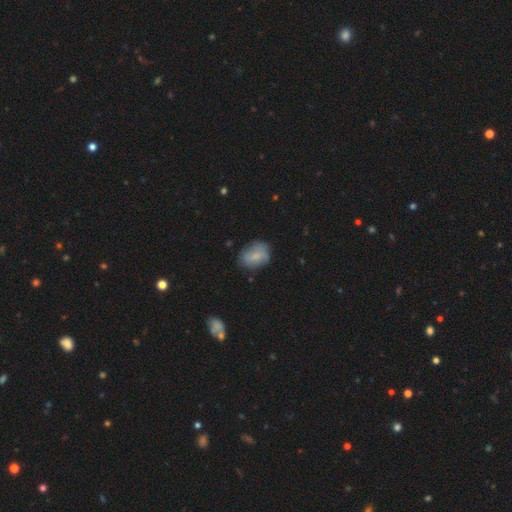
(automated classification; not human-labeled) Smooth or featured? Predicted: smooth (p=0.71). How rounded? Predicted: in between (p=0.69). Merging? Predicted: none (p=0.65).